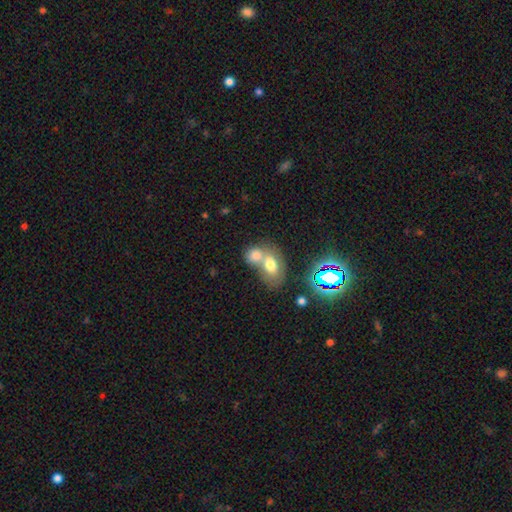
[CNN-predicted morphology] The model was most divided on "how rounded": in between: 65%, round: 33%, cigar-shaped: 2%. More confident: smooth or featured — smooth (70%); merging — merger (65%).